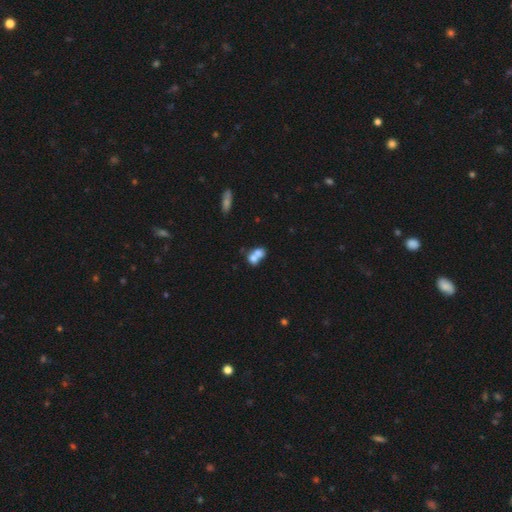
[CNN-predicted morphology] A smooth galaxy with no disk features (69%) that is in between round and cigar-shaped (55%).

Vote fractions:
- Smooth or featured? smooth: 69% / featured or disk: 21% / star or artifact: 10%
- How rounded? in between: 55% / round: 42% / cigar-shaped: 2%
- Merging? merger: 70% / none: 19% / minor disturbance: 6% / major disturbance: 4%